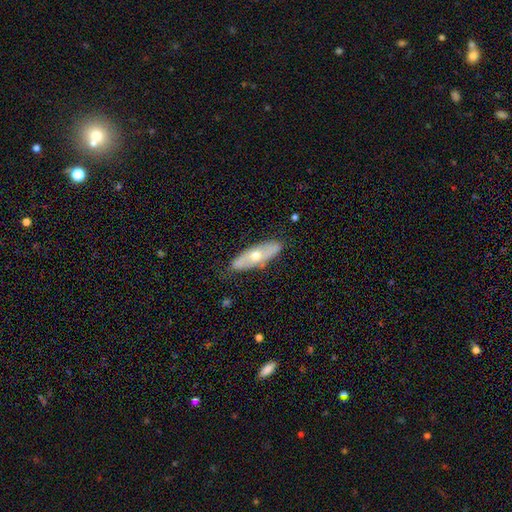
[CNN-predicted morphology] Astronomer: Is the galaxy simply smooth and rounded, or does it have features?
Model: featured or disk — 49% (runner-up: smooth, 45%).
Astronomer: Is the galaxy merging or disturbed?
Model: none — 79%.